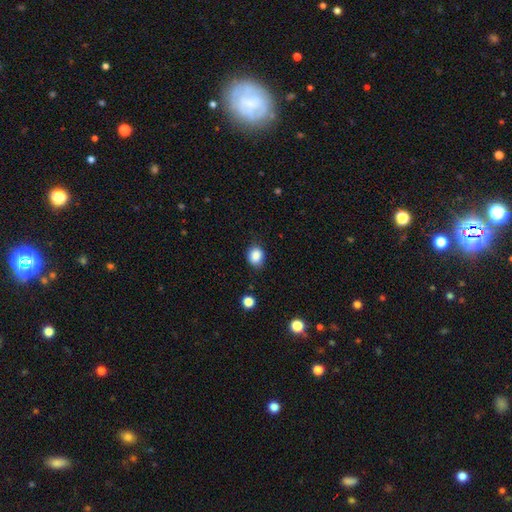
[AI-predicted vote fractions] The model was most divided on "how rounded": round: 61%, in between: 38%, cigar-shaped: 1%. More confident: smooth or featured — smooth (87%); merging — none (79%).